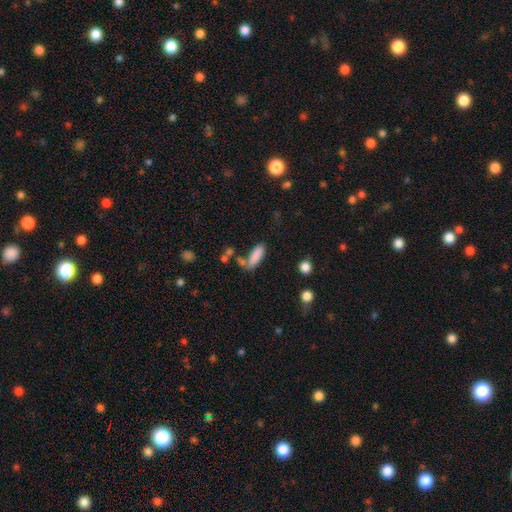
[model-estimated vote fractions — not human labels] A smooth galaxy with no disk features (84%) that is in between round and cigar-shaped (60%). Merging: none (59%).